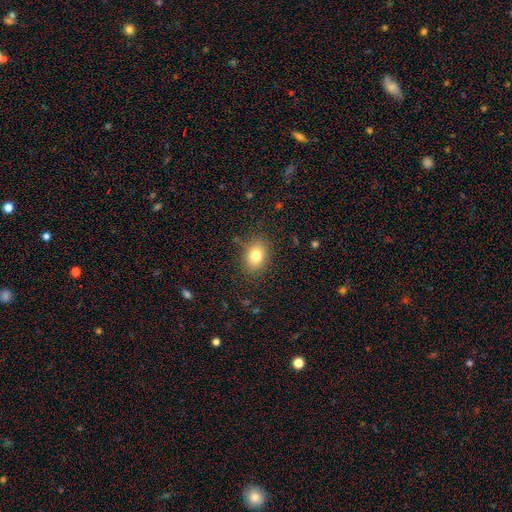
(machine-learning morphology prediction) smooth_or_featured: smooth (p=0.79) [alt: star or artifact p=0.11]
how_rounded: in between (p=0.69) [alt: round p=0.30]
merging: none (p=0.84) [alt: minor disturbance p=0.11]